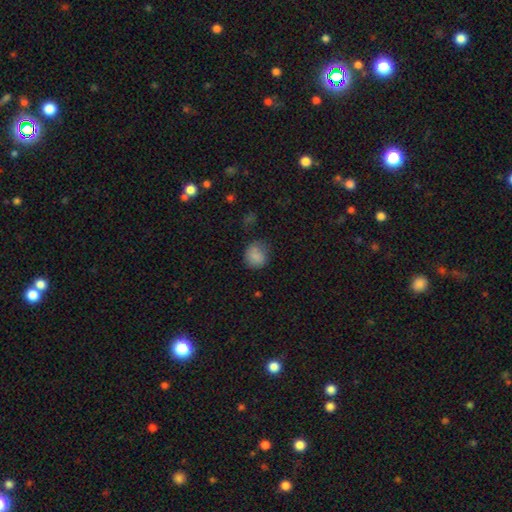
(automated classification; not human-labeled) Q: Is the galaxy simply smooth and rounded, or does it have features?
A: smooth — 82%.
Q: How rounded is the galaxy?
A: round — 79%.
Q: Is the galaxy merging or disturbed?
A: none — 64%.